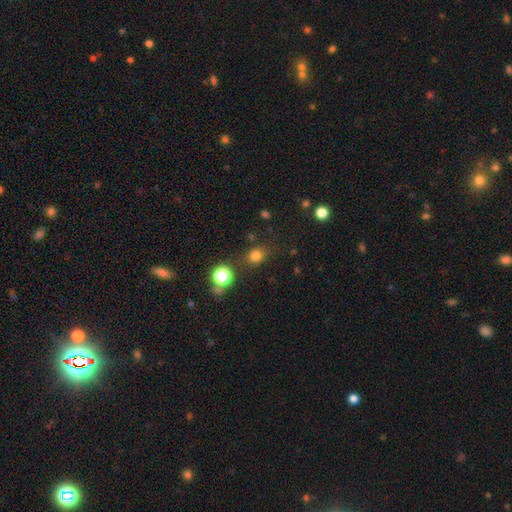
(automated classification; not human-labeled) A smooth galaxy with no disk features (77%) that is round (72%).

Vote fractions:
- Smooth or featured? smooth: 77% / star or artifact: 17% / featured or disk: 6%
- How rounded? round: 72% / in between: 27% / cigar-shaped: 1%
- Merging? none: 76% / minor disturbance: 13% / merger: 6% / major disturbance: 5%